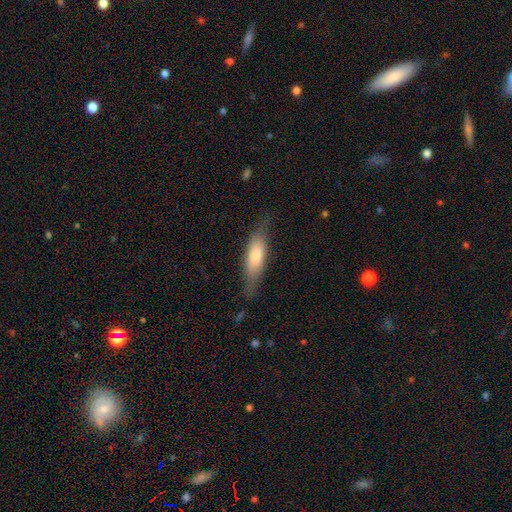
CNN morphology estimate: smooth-or-featured: smooth: 67% | featured or disk: 27% | star or artifact: 6%
  how-rounded: in between: 50% | cigar-shaped: 48% | round: 2%
  merging: none: 65% | minor disturbance: 25% | major disturbance: 8% | merger: 2%